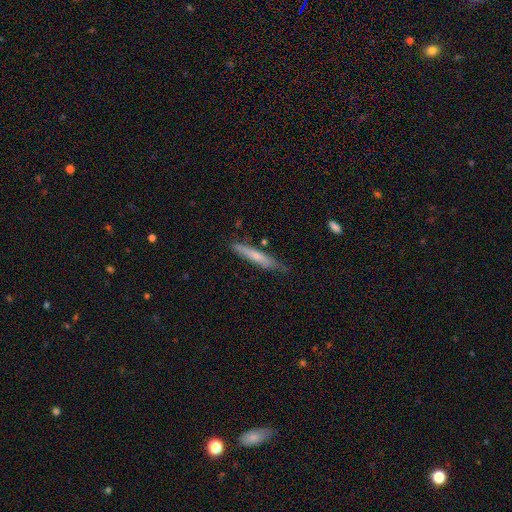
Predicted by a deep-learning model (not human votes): A smooth galaxy with no disk features (60%) that is cigar-shaped (93%). Merging: none (75%).